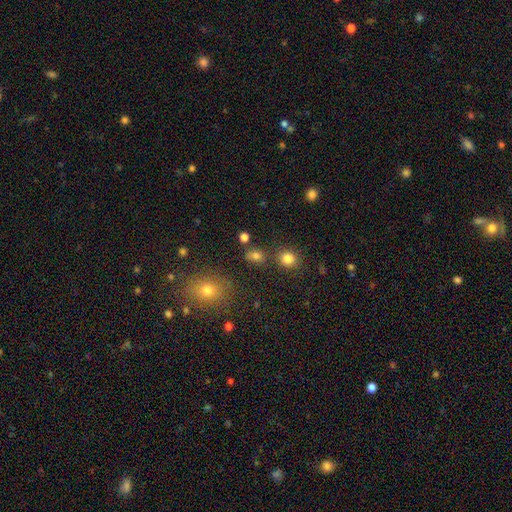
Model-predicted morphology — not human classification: smooth-or-featured: smooth: 77% | star or artifact: 15% | featured or disk: 8%
  how-rounded: round: 51% | in between: 47% | cigar-shaped: 2%
  merging: none: 73% | minor disturbance: 12% | merger: 11% | major disturbance: 4%